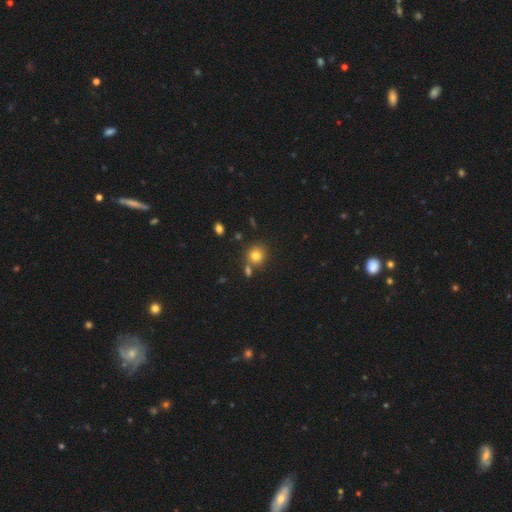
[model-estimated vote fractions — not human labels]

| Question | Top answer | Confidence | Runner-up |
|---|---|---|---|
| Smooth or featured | smooth | 79% | star or artifact (13%) |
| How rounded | round | 88% | in between (11%) |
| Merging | none | 73% | merger (16%) |